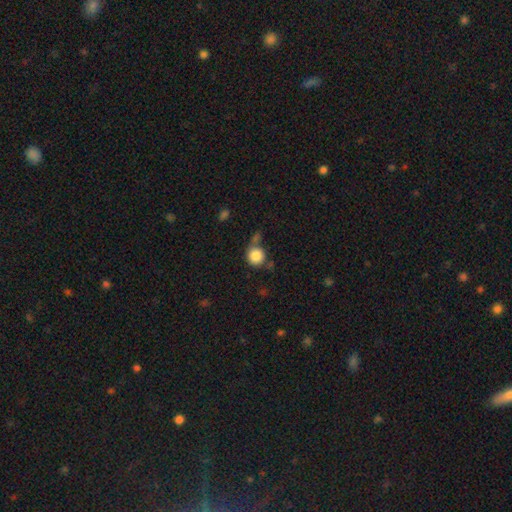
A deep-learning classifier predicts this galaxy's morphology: Smooth or featured?
  - smooth: 85% *
  - star or artifact: 8%
  - featured or disk: 6%
How rounded?
  - round: 91% *
  - in between: 8%
  - cigar-shaped: 1%
Merging?
  - none: 54% *
  - merger: 20%
  - minor disturbance: 17%
  - major disturbance: 9%